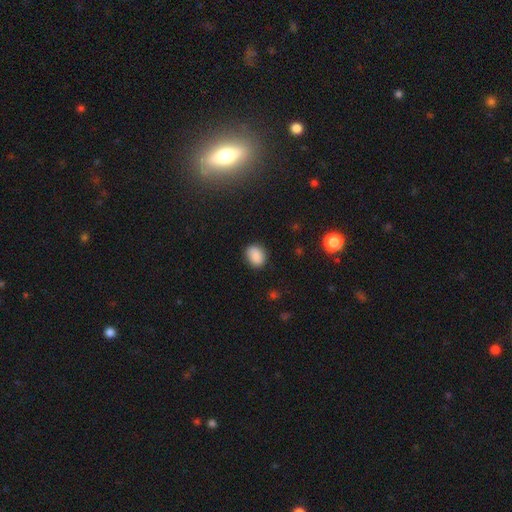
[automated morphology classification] This appears to be a smooth galaxy with no disk features (87%) that is in between round and cigar-shaped (57%). Merging: none (85%).